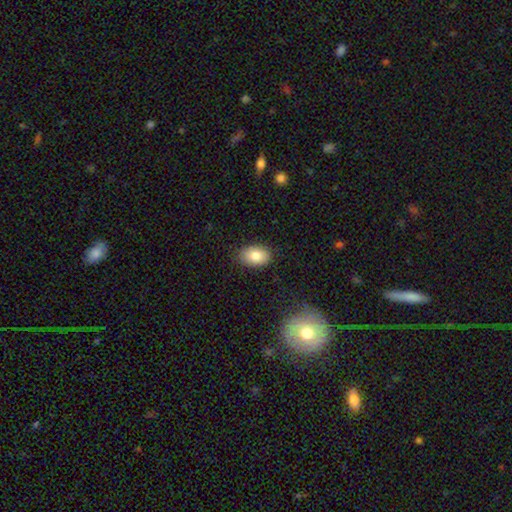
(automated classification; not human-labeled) The model was most divided on "smooth or featured": smooth: 82%, featured or disk: 10%, star or artifact: 8%. More confident: how rounded — in between (86%); merging — none (85%).